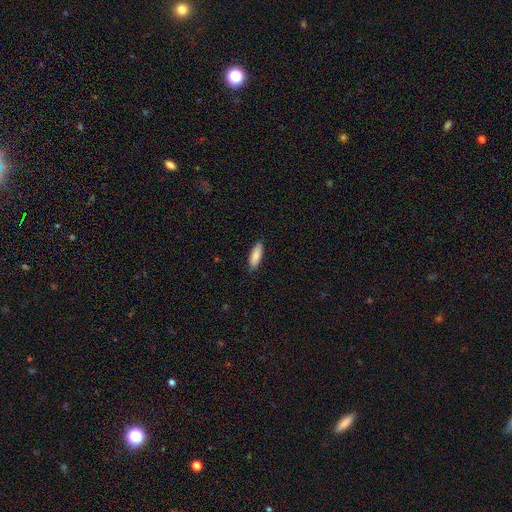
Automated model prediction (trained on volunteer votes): Smooth or featured?
  - smooth: 86% *
  - featured or disk: 8%
  - star or artifact: 6%
How rounded?
  - in between: 61% *
  - cigar-shaped: 37%
  - round: 2%
Merging?
  - none: 88% *
  - minor disturbance: 9%
  - major disturbance: 2%
  - merger: 1%